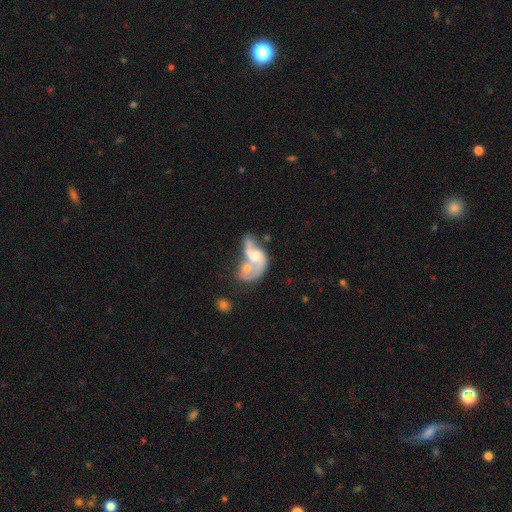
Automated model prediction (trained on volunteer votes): smooth-or-featured: featured or disk: 69% | smooth: 24% | star or artifact: 7%
  disk-edge-on: no: 97% | yes: 3%
    bar: no: 65% | weak: 28% | strong: 6%
    has-spiral-arms: yes: 73% | no: 27%
    bulge-size: moderate: 48% | small: 24% | none: 14% | large: 13% | dominant: 2%
  merging: merger: 62% | major disturbance: 18% | none: 13% | minor disturbance: 8%